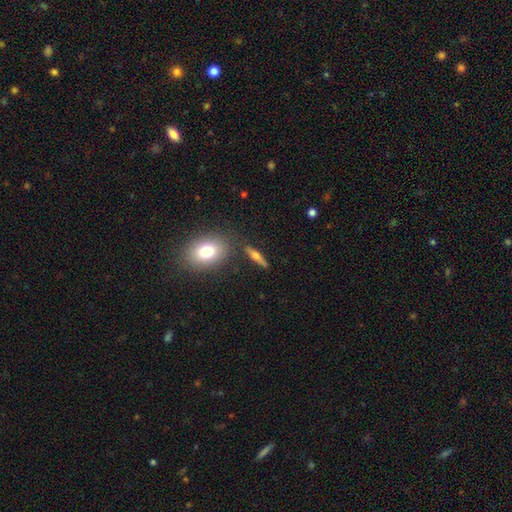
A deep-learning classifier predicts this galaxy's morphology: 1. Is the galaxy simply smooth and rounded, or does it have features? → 48% featured or disk, 44% smooth, 8% star or artifact.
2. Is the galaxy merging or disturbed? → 82% none, 10% minor disturbance, 5% merger, 3% major disturbance.